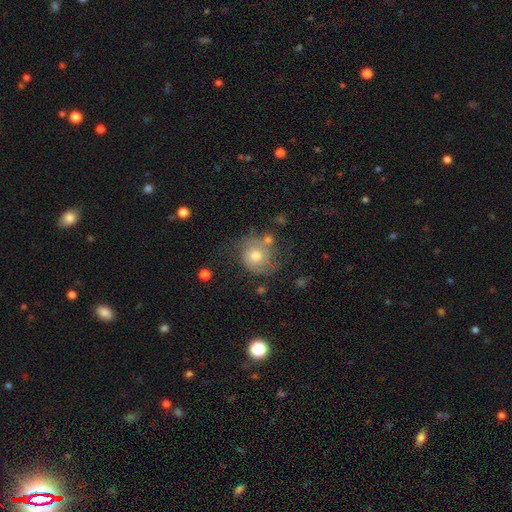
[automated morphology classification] Overall: featured or disk (46%; smooth 44%). Merging: none (53%; minor disturbance 23%).